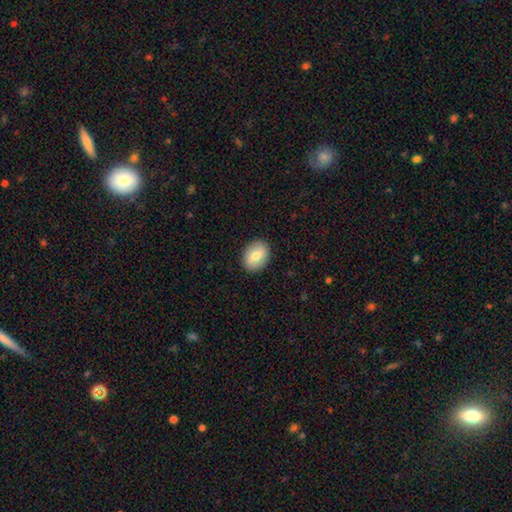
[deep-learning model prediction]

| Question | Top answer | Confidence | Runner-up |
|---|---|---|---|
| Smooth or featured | smooth | 74% | featured or disk (19%) |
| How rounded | in between | 63% | round (36%) |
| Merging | none | 89% | minor disturbance (8%) |